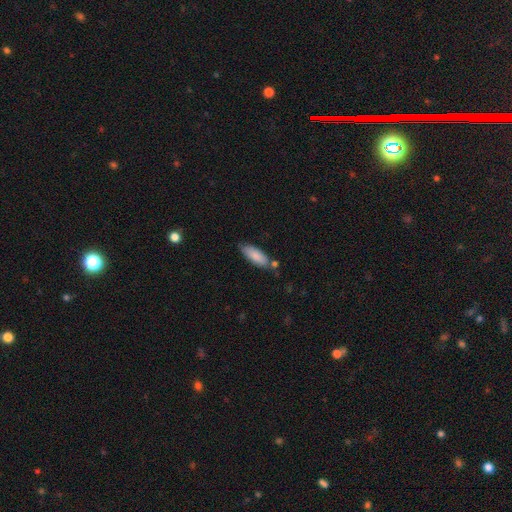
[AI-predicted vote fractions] Smooth or featured?
  - smooth: 85% *
  - featured or disk: 9%
  - star or artifact: 6%
How rounded?
  - in between: 68% *
  - cigar-shaped: 30%
  - round: 2%
Merging?
  - none: 70% *
  - minor disturbance: 19%
  - merger: 8%
  - major disturbance: 3%